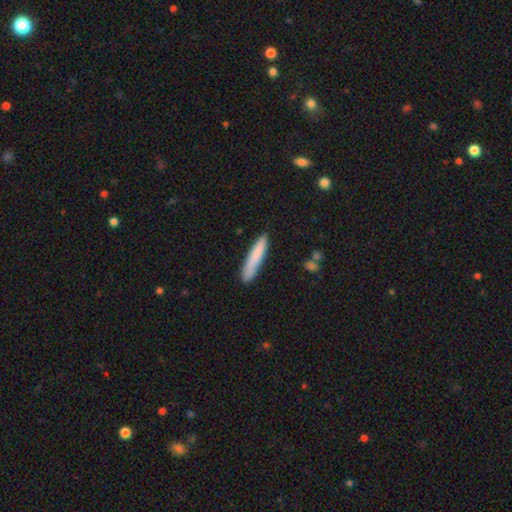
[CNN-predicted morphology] Smooth or featured? Predicted: smooth (p=0.81). How rounded? Predicted: cigar-shaped (p=0.91). Merging? Predicted: none (p=0.82).